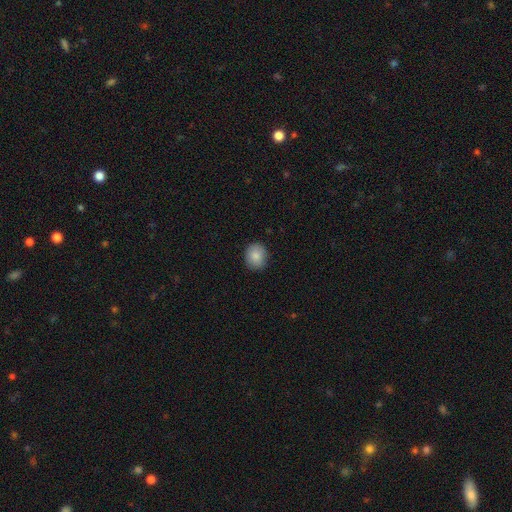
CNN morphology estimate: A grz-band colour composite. It shows a smooth galaxy with no disk features (85%) that is round (65%). Merging: none (87%).